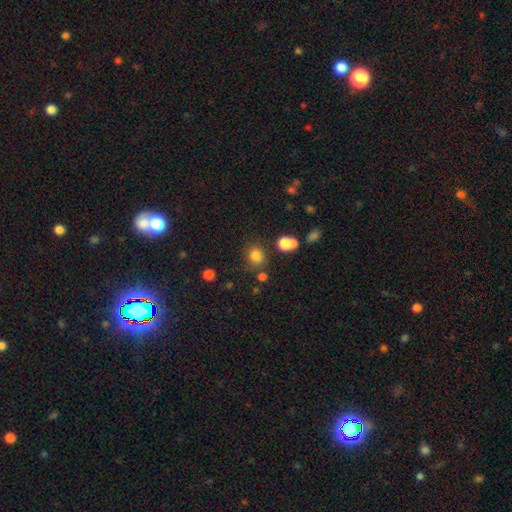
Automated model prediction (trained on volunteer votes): This is likely a smooth galaxy (79%). How rounded: likely round (73%). Merging: likely none (72%).